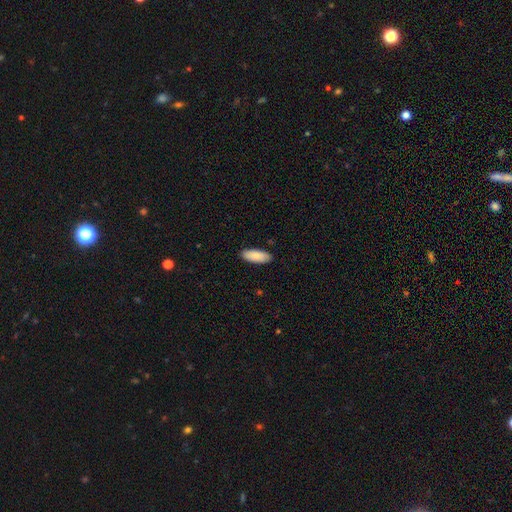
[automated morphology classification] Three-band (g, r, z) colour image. It shows a smooth galaxy with no disk features (88%) that is in between round and cigar-shaped (78%). Merging: none (90%).